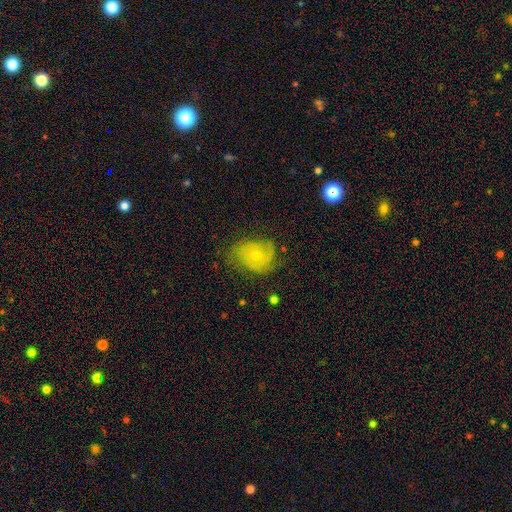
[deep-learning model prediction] Morphology: type=featured or disk (55%); edge-on=no (97%); bar=no (76%); spiral arms=yes (79%); bulge=small (59%); merging=none (57%).